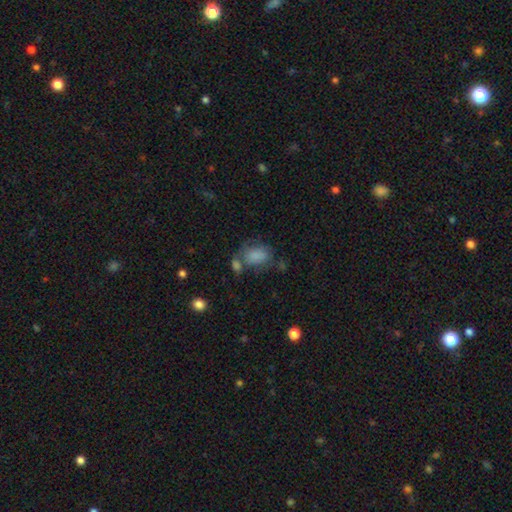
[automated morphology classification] Q: Smooth or featured?
A: smooth (80%); runner-up: featured or disk (11%)
Q: How rounded?
A: in between (80%); runner-up: round (18%)
Q: Merging?
A: none (41%); runner-up: merger (25%)